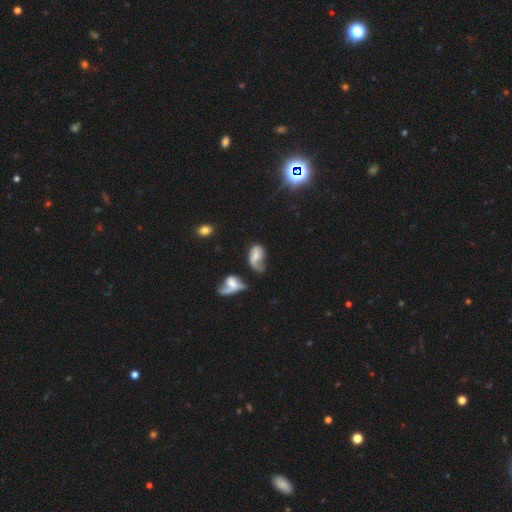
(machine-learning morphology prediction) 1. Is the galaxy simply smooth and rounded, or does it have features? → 50% featured or disk, 39% smooth, 11% star or artifact.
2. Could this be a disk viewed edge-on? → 95% no, 5% yes.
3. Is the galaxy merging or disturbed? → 34% major disturbance, 26% none, 22% minor disturbance, 18% merger.